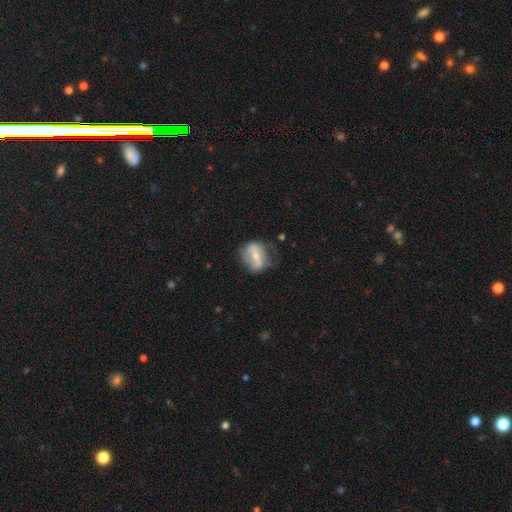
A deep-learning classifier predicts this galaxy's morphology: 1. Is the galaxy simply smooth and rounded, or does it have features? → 57% featured or disk, 36% smooth, 7% star or artifact.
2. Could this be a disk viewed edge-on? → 92% no, 8% yes.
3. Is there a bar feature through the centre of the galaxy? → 48% strong, 32% weak, 21% no.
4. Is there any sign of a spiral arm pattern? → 53% no, 47% yes.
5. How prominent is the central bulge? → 50% moderate, 45% small, 2% large, 2% none, 1% dominant.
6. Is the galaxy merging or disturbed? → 55% none, 28% minor disturbance, 15% major disturbance, 2% merger.